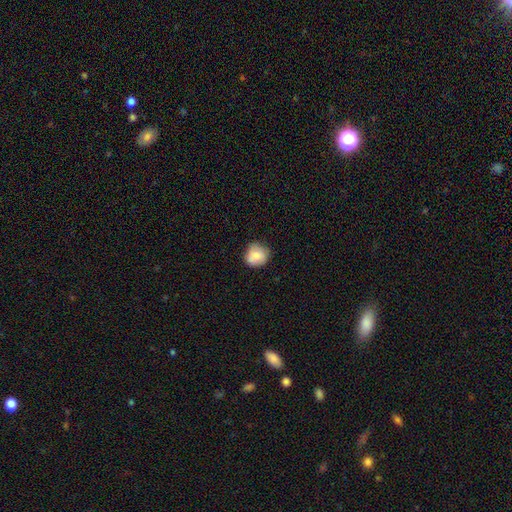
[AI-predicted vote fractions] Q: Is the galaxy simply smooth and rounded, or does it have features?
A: smooth — 80%.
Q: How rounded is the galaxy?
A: round — 82%.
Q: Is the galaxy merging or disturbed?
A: none — 70%.